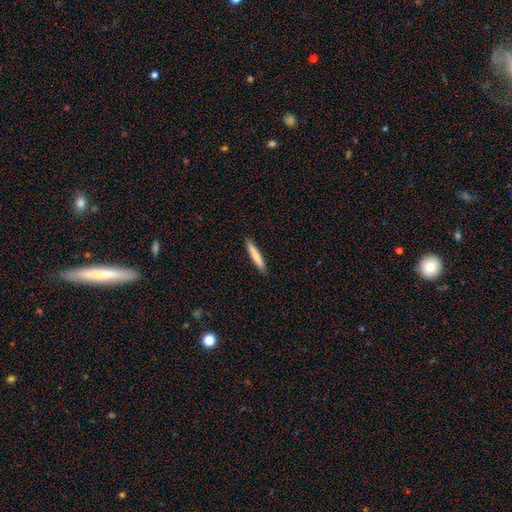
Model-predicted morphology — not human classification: The model was most divided on "smooth or featured": smooth: 80%, featured or disk: 15%, star or artifact: 5%. More confident: how rounded — cigar-shaped (94%); merging — none (91%).